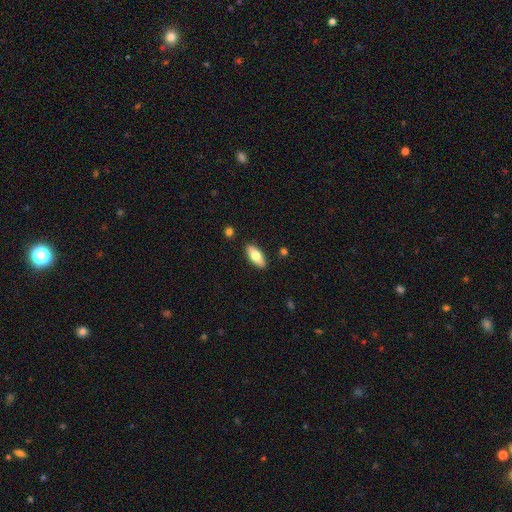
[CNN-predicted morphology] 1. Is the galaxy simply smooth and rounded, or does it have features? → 69% smooth, 25% featured or disk, 6% star or artifact.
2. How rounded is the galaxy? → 76% in between, 22% cigar-shaped, 2% round.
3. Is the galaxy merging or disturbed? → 88% none, 8% minor disturbance, 2% major disturbance, 2% merger.